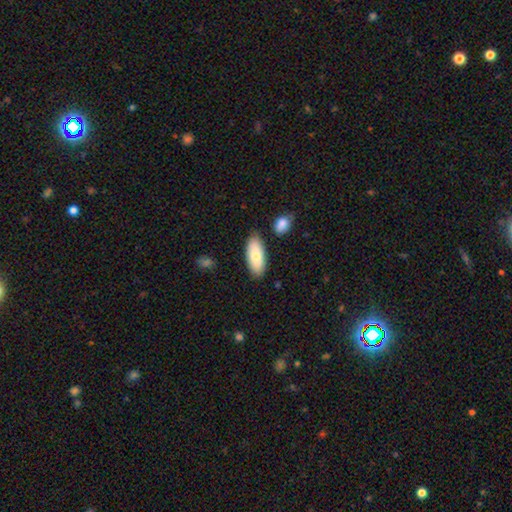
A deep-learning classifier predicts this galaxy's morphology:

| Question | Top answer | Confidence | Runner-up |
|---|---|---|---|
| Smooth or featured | smooth | 79% | featured or disk (15%) |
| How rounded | in between | 84% | cigar-shaped (14%) |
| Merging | none | 83% | minor disturbance (11%) |